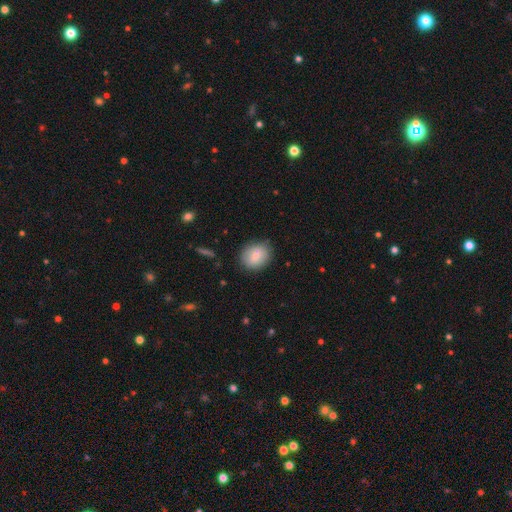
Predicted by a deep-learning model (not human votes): Q: Smooth or featured?
A: smooth (76%); runner-up: featured or disk (16%)
Q: How rounded?
A: round (54%); runner-up: in between (45%)
Q: Merging?
A: none (84%); runner-up: minor disturbance (12%)